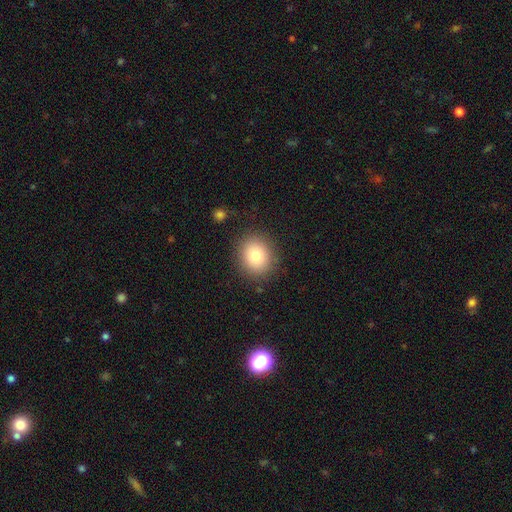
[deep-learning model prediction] smooth-or-featured: smooth: 79% | star or artifact: 11% | featured or disk: 10%
  how-rounded: round: 77% | in between: 22% | cigar-shaped: 1%
  merging: none: 87% | minor disturbance: 9% | major disturbance: 3% | merger: 2%